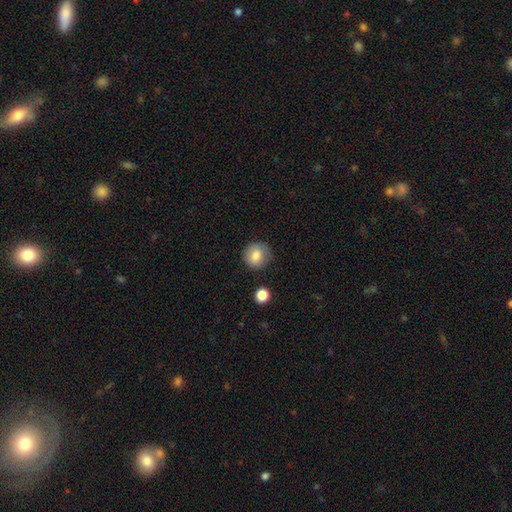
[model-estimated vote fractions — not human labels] smooth 83%, featured or disk 9%, star or artifact 8%. Down the decision tree: how rounded — round (89%); merging — none (79%).